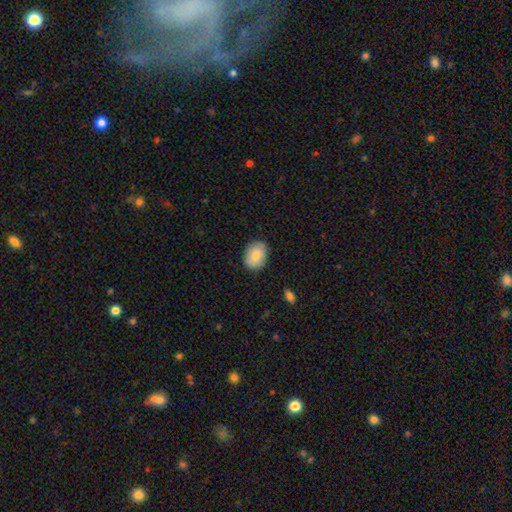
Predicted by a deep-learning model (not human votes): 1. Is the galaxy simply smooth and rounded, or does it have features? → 84% smooth, 10% featured or disk, 6% star or artifact.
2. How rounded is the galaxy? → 72% in between, 27% round, 1% cigar-shaped.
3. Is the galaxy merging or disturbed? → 85% none, 12% minor disturbance, 2% major disturbance, 1% merger.